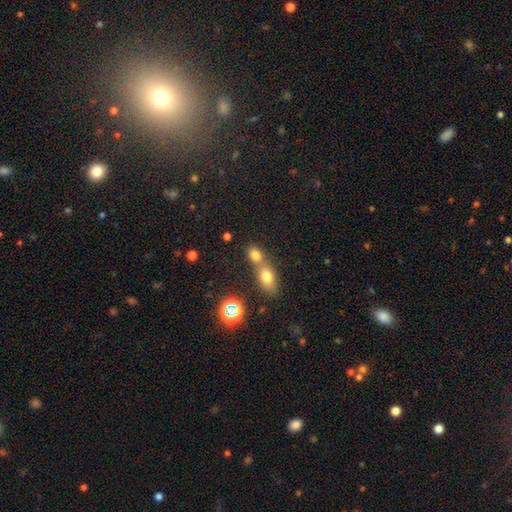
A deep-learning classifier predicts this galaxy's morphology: Smooth or featured: smooth — 72% (star or artifact — 18%)
How rounded: in between — 56% (round — 41%)
Merging: merger — 56% (none — 34%)